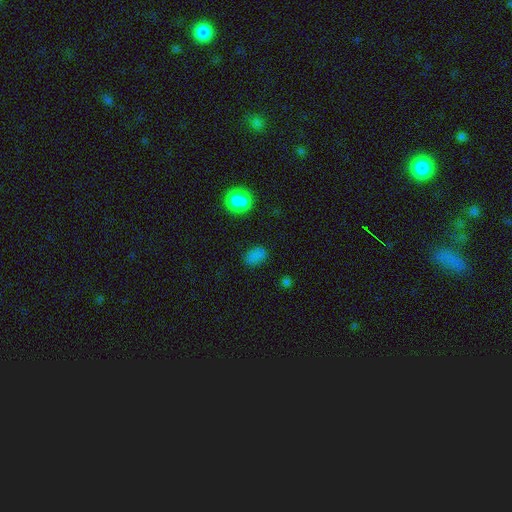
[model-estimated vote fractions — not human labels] The model was most divided on "smooth or featured": smooth: 81%, star or artifact: 14%, featured or disk: 5%. More confident: how rounded — in between (85%); merging — none (82%).